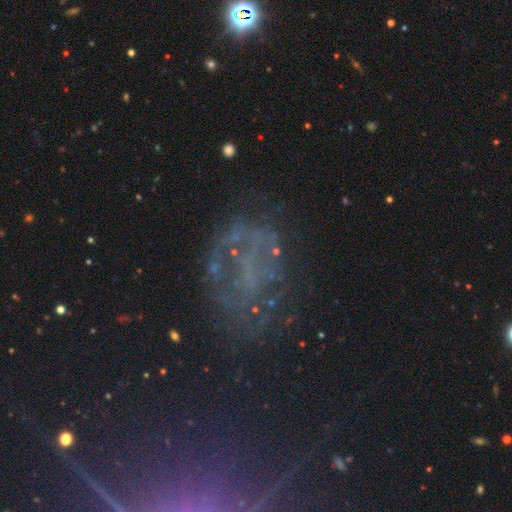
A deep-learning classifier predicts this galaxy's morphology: Smooth or featured? Predicted: featured or disk (p=0.43). Merging? Predicted: none (p=0.55).